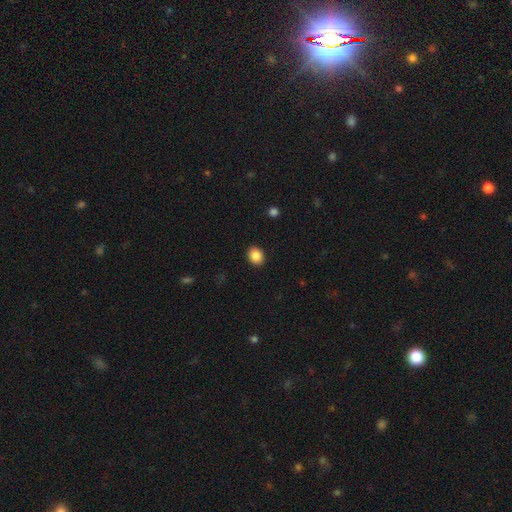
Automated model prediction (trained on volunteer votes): Smooth or featured?
  - smooth: 87% *
  - star or artifact: 9%
  - featured or disk: 4%
How rounded?
  - in between: 51% *
  - round: 49%
  - cigar-shaped: 1%
Merging?
  - none: 90% *
  - minor disturbance: 7%
  - major disturbance: 2%
  - merger: 1%